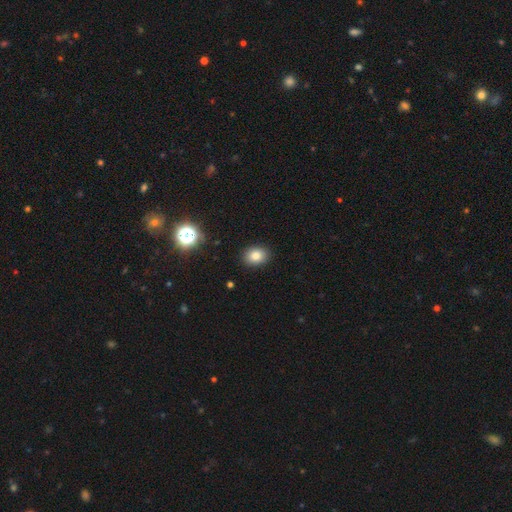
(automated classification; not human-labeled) The model was most divided on "how rounded": in between: 53%, round: 46%, cigar-shaped: 1%. More confident: merging — none (90%); smooth or featured — smooth (81%).